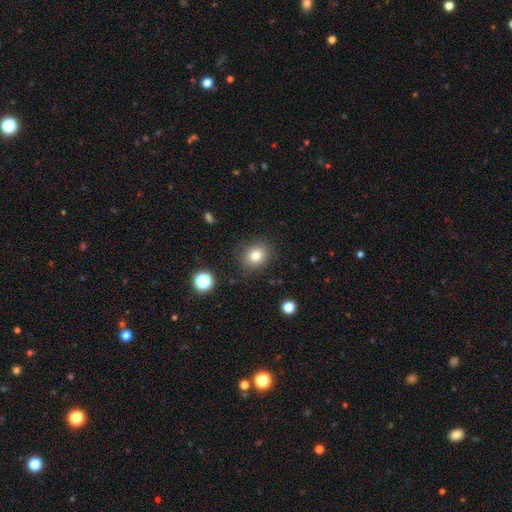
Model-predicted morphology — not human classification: Smooth or featured? Predicted: smooth (p=0.80). How rounded? Predicted: round (p=0.76). Merging? Predicted: none (p=0.85).